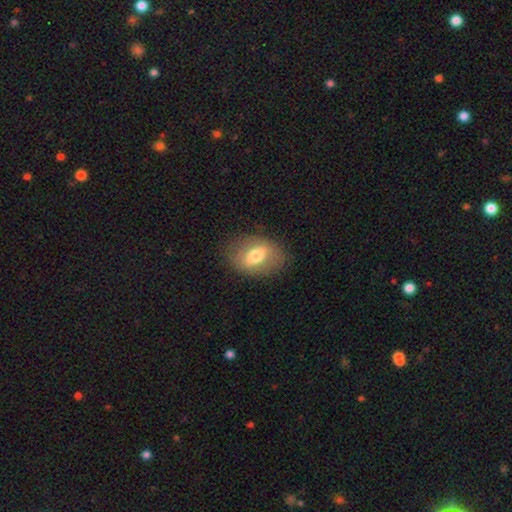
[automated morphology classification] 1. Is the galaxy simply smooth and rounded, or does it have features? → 56% smooth, 36% featured or disk, 8% star or artifact.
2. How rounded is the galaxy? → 78% in between, 20% round, 3% cigar-shaped.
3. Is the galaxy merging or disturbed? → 78% none, 15% minor disturbance, 6% major disturbance, 1% merger.